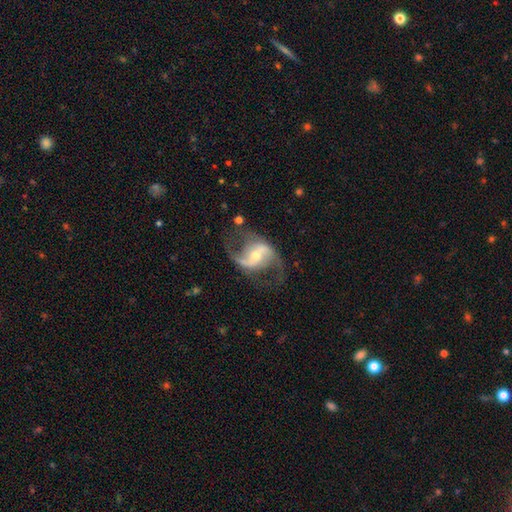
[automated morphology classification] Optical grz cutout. It shows a featured or disk galaxy (89%) with a strong bar (39%), 2 (92%) loose (62%) spiral arms (95%) and a small central bulge (50%). Merging: none (69%).